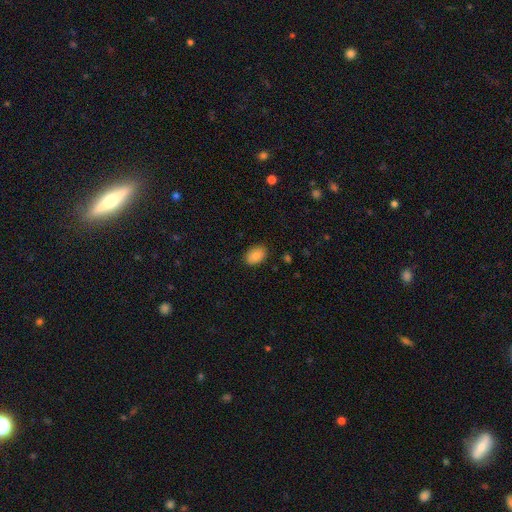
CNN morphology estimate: Overall: smooth (88%). How rounded: in between (84%). Merging: none (86%).